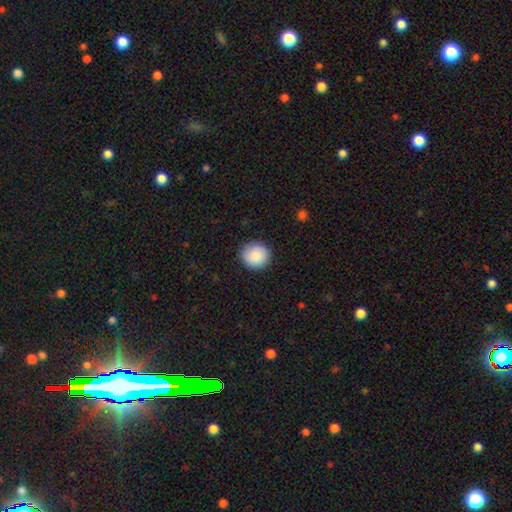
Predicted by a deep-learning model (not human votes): Smooth or featured? smooth (87%)
How rounded? round (94%)
Merging? none (90%)